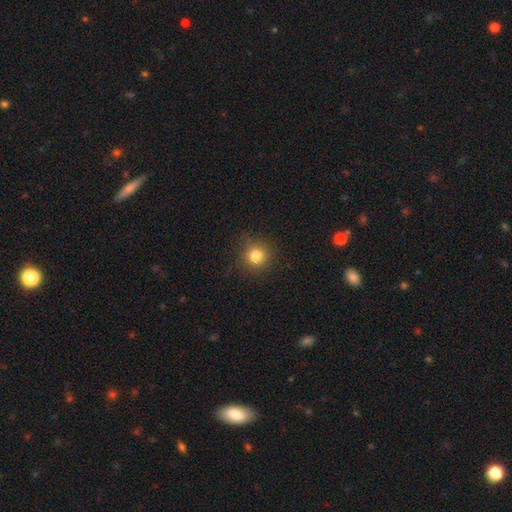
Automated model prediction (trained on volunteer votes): Smooth or featured? Predicted: smooth (p=0.81). How rounded? Predicted: round (p=0.93). Merging? Predicted: none (p=0.86).